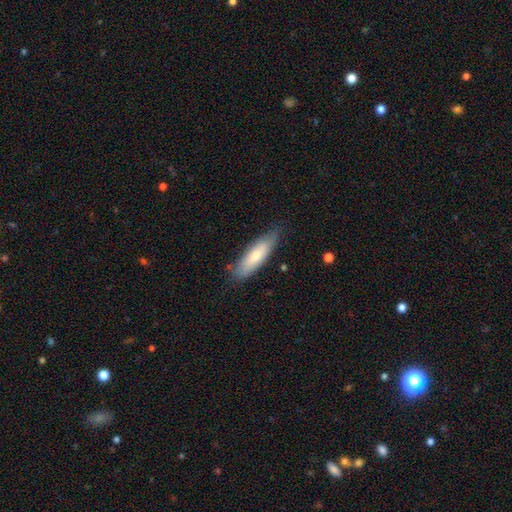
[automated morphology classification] smooth-or-featured: smooth: 72% | featured or disk: 22% | star or artifact: 6%
  how-rounded: cigar-shaped: 54% | in between: 45% | round: 2%
  merging: none: 76% | minor disturbance: 19% | major disturbance: 3% | merger: 2%